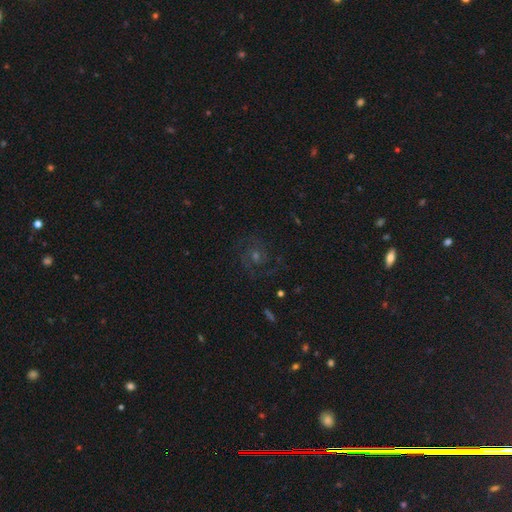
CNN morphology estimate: Overall: featured or disk (65%). Edge-on disk: no (97%). Bar: no (66%; weak 29%). Spiral arms: yes (93%). Spiral arm count: 2 (67%). Spiral winding: medium (48%; tight 38%). Bulge size: moderate (52%; small 37%). Merging: none (78%).